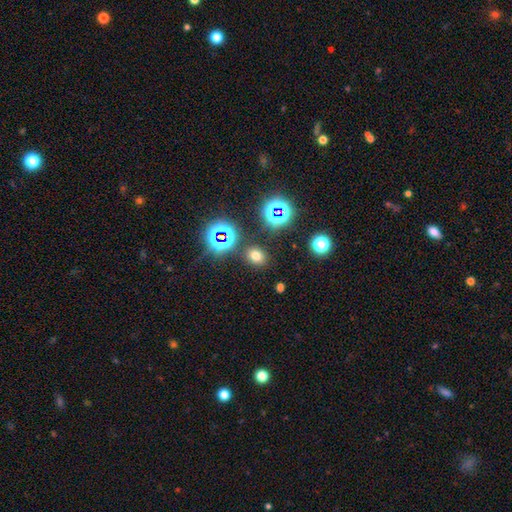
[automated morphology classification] A smooth galaxy with no disk features (67%) that is round (50%).

Vote fractions:
- Smooth or featured? smooth: 67% / star or artifact: 26% / featured or disk: 8%
- How rounded? round: 50% / in between: 49% / cigar-shaped: 1%
- Merging? none: 84% / minor disturbance: 8% / merger: 4% / major disturbance: 3%